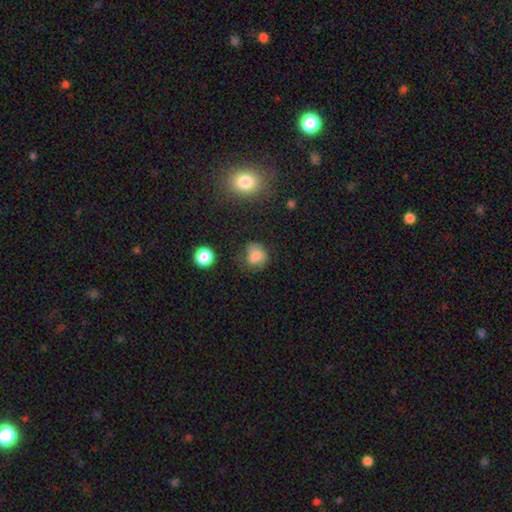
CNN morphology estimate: Smooth or featured? Predicted: smooth (p=0.78). How rounded? Predicted: round (p=0.61). Merging? Predicted: none (p=0.50).